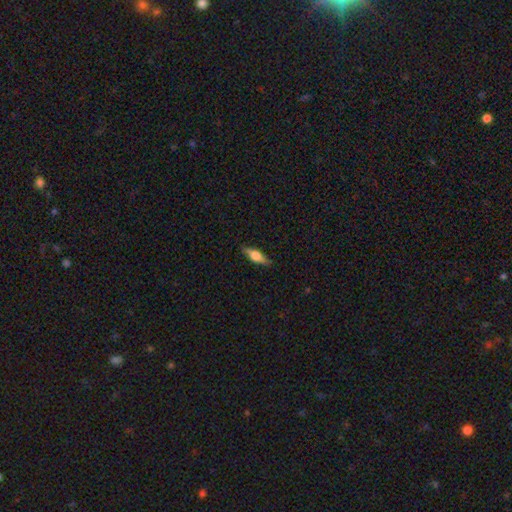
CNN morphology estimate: Smooth or featured: smooth — 52% (featured or disk — 41%)
How rounded: in between — 49% (cigar-shaped — 48%)
Merging: none — 86% (minor disturbance — 11%)